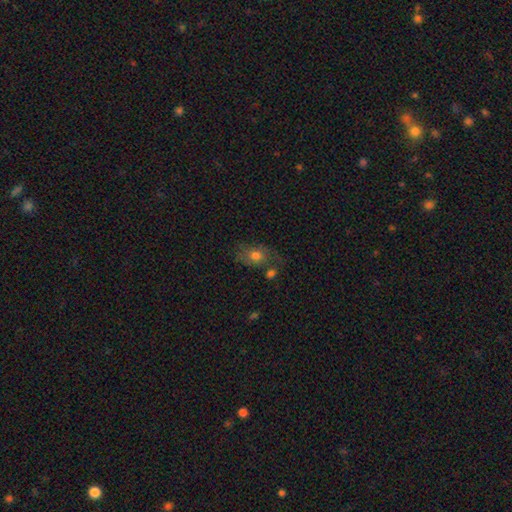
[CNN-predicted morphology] Smooth or featured?
  - smooth: 70% *
  - featured or disk: 20%
  - star or artifact: 11%
How rounded?
  - in between: 72% *
  - round: 26%
  - cigar-shaped: 2%
Merging?
  - none: 48% *
  - minor disturbance: 23%
  - merger: 16%
  - major disturbance: 13%